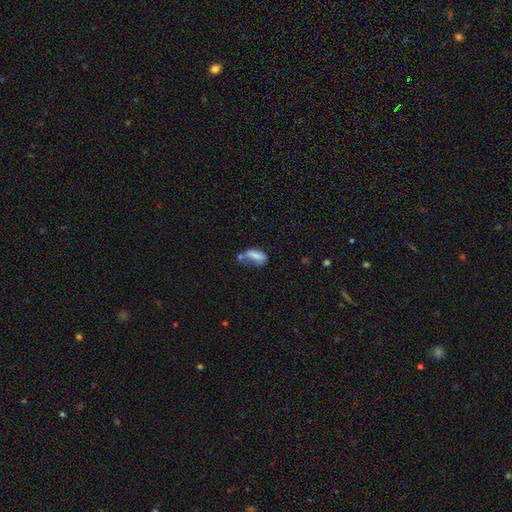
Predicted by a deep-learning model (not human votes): A smooth galaxy with no disk features (73%) that is in between round and cigar-shaped (84%). Merging: merger (33%).